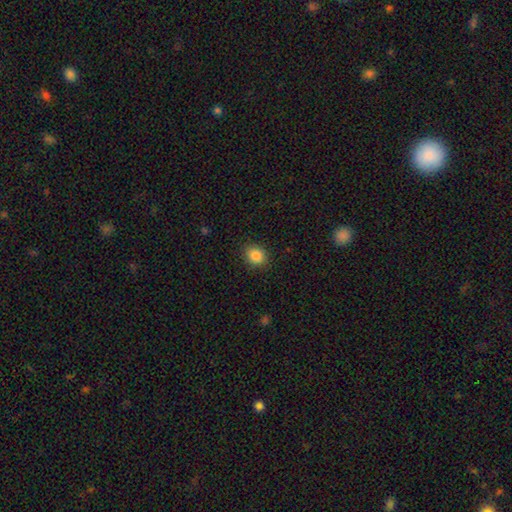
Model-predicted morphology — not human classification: A smooth galaxy with no disk features (86%) that is round (66%). Merging: none (89%).